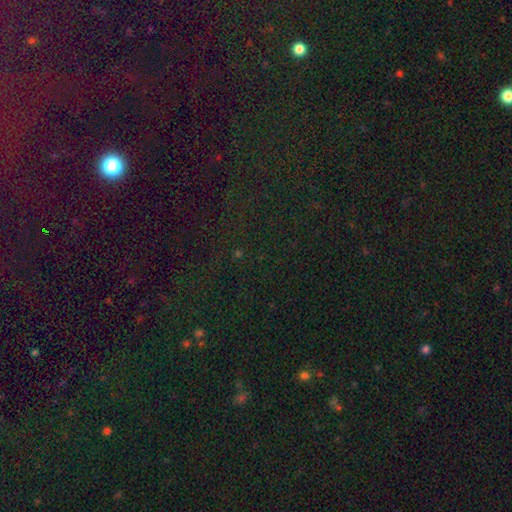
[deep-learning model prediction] smooth_or_featured: star or artifact (p=0.79) [alt: smooth p=0.14]